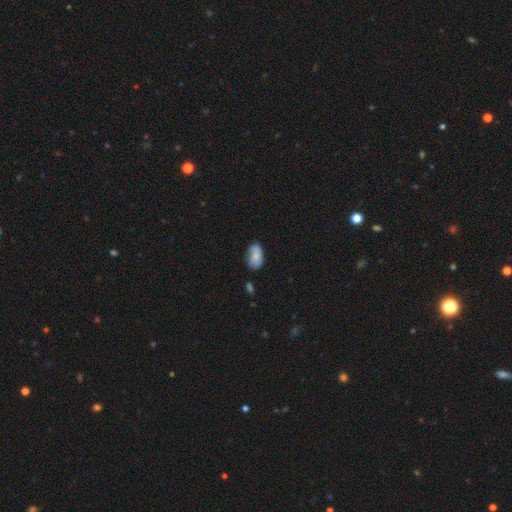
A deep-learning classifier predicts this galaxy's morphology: This appears to be a smooth galaxy with no disk features (76%) that is in between round and cigar-shaped (91%). Merging: none (65%).